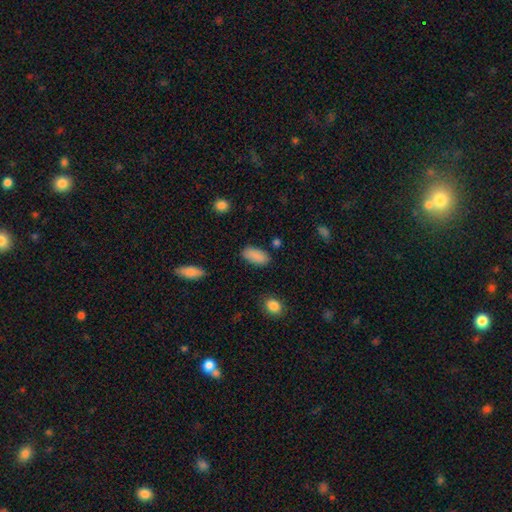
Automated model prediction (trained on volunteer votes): smooth 88%, star or artifact 7%, featured or disk 4%. Down the decision tree: how rounded — in between (91%); merging — none (85%).